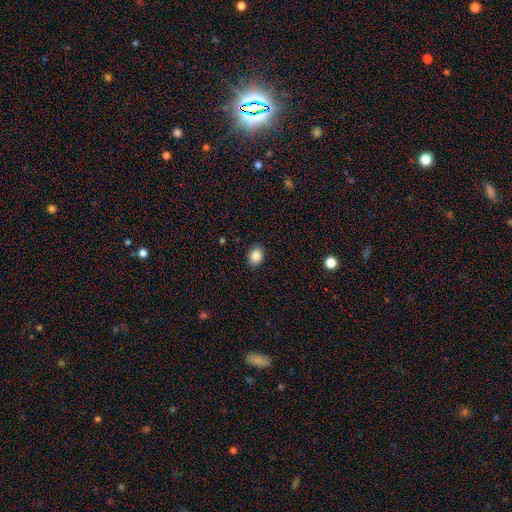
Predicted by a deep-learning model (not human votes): Smooth or featured?
  - smooth: 87% *
  - star or artifact: 9%
  - featured or disk: 4%
How rounded?
  - round: 53% *
  - in between: 46%
  - cigar-shaped: 1%
Merging?
  - none: 89% *
  - minor disturbance: 8%
  - major disturbance: 2%
  - merger: 1%